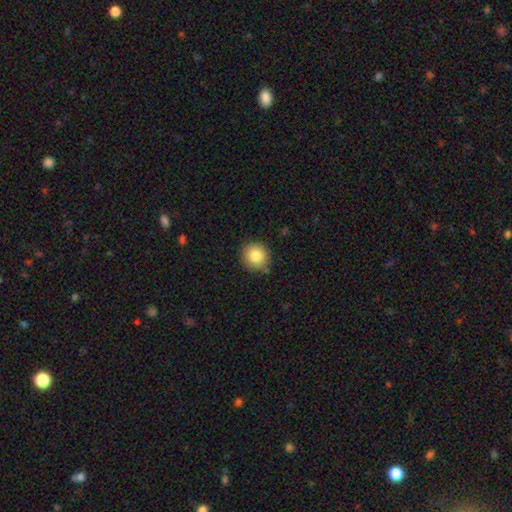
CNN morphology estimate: smooth 84%, star or artifact 9%, featured or disk 7%. Down the decision tree: how rounded — round (90%); merging — none (84%).